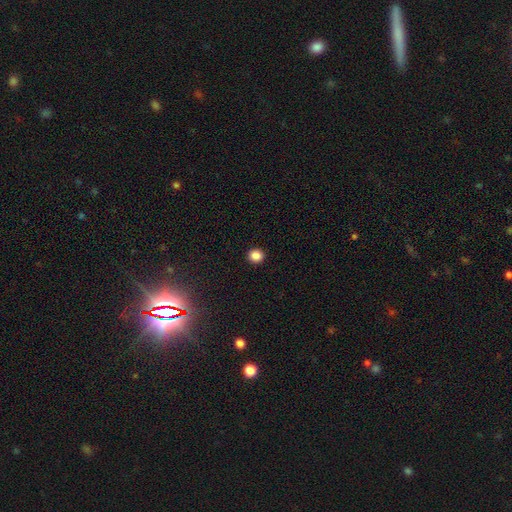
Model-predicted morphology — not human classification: Smooth or featured?
  - smooth: 86% *
  - star or artifact: 11%
  - featured or disk: 3%
How rounded?
  - round: 90% *
  - in between: 9%
  - cigar-shaped: 1%
Merging?
  - none: 93% *
  - minor disturbance: 4%
  - major disturbance: 2%
  - merger: 1%